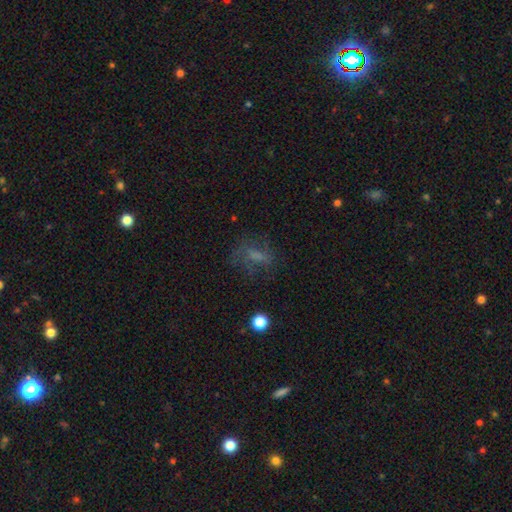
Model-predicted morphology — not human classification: Smooth or featured: smooth — 45% (featured or disk — 34%)
Merging: none — 53% (major disturbance — 25%)